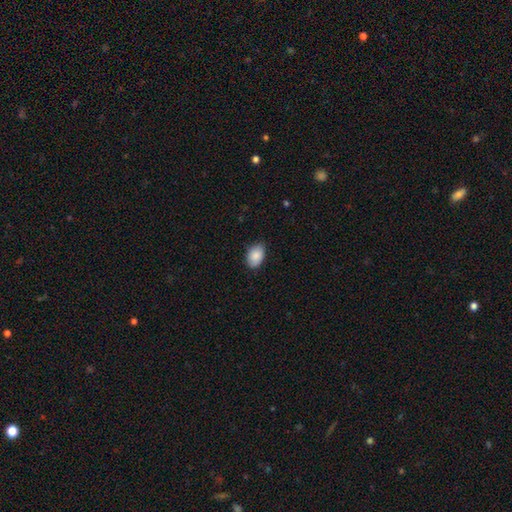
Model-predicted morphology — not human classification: Overall: smooth (88%). How rounded: in between (86%). Merging: none (79%).